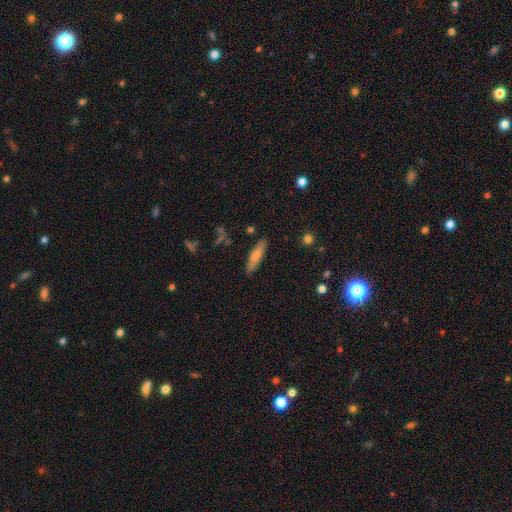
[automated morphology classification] smooth-or-featured: smooth: 71% | featured or disk: 22% | star or artifact: 7%
  how-rounded: cigar-shaped: 69% | in between: 29% | round: 2%
  merging: none: 86% | minor disturbance: 10% | major disturbance: 2% | merger: 2%